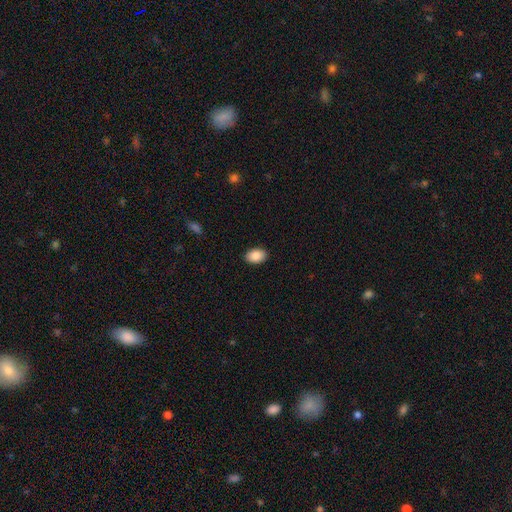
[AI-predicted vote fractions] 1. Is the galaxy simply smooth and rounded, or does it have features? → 89% smooth, 7% star or artifact, 4% featured or disk.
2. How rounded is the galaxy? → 87% in between, 12% round, 1% cigar-shaped.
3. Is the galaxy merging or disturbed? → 90% none, 7% minor disturbance, 2% major disturbance, 1% merger.